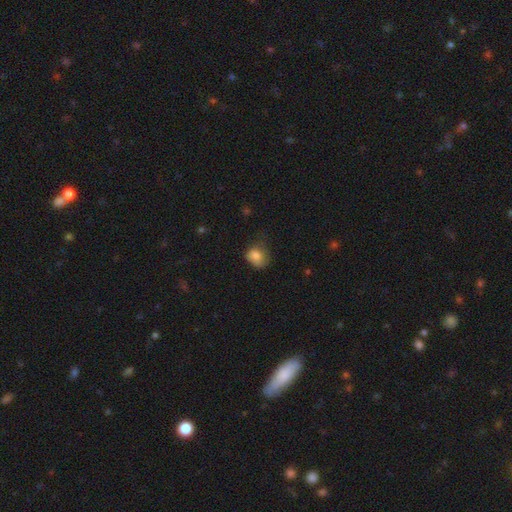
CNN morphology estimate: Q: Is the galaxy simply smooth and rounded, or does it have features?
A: smooth — 79%.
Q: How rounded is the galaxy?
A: in between — 51%.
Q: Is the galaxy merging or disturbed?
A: minor disturbance — 37%.